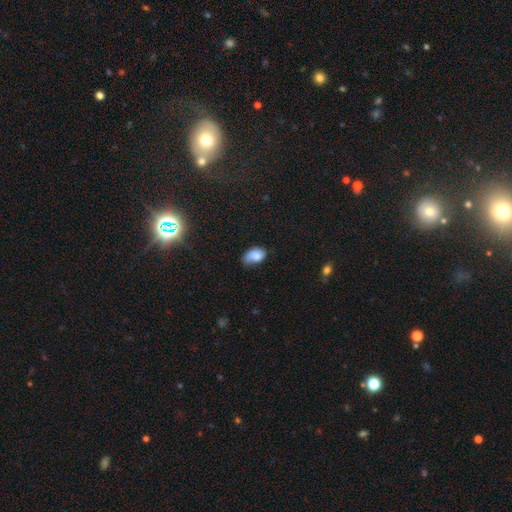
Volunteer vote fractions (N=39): This appears to be a smooth galaxy with no disk features (79%) that is in between round and cigar-shaped (97%). Merging: none (45%).